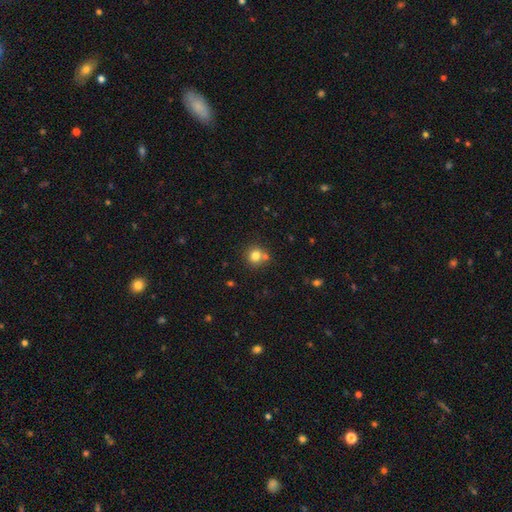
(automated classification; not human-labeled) smooth-or-featured: smooth: 79% | star or artifact: 12% | featured or disk: 8%
  how-rounded: round: 86% | in between: 13% | cigar-shaped: 1%
  merging: none: 64% | merger: 23% | minor disturbance: 10% | major disturbance: 3%